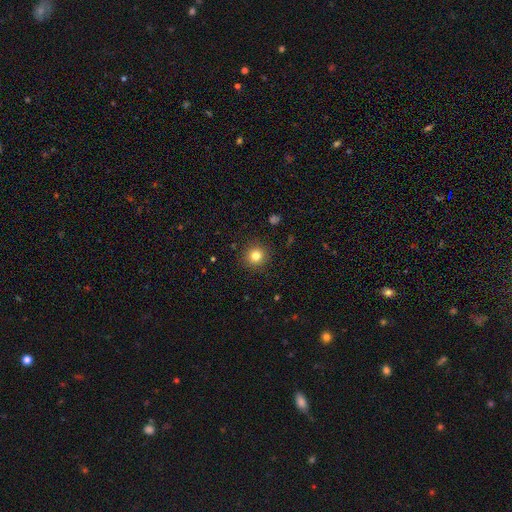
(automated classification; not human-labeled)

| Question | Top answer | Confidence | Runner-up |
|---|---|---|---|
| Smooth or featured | smooth | 81% | star or artifact (12%) |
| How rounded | round | 93% | in between (6%) |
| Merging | none | 91% | minor disturbance (6%) |